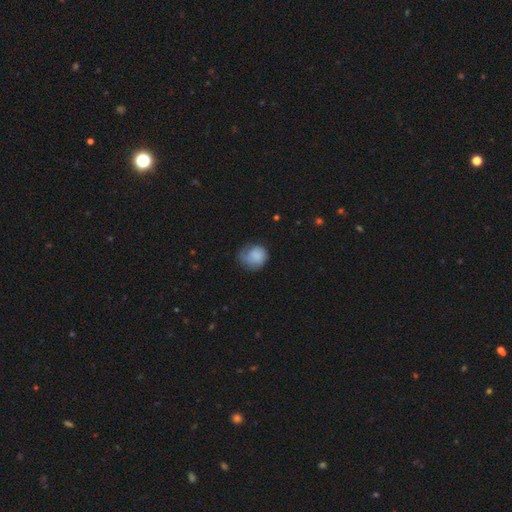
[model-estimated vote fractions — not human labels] smooth-or-featured: smooth: 74% | featured or disk: 19% | star or artifact: 7%
  how-rounded: round: 74% | in between: 25% | cigar-shaped: 1%
  merging: none: 42% | minor disturbance: 33% | major disturbance: 23% | merger: 2%